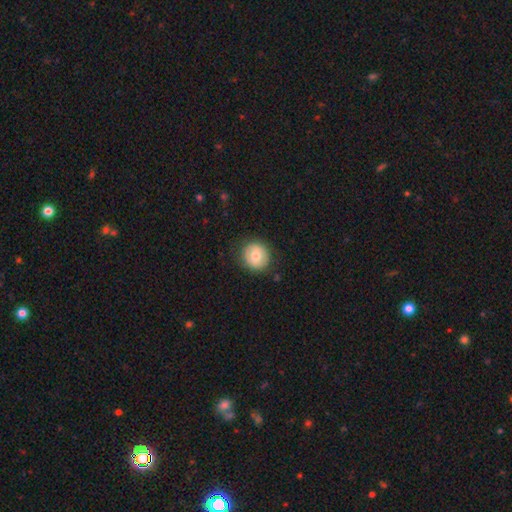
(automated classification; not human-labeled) Smooth or featured? smooth (70%)
How rounded? round (88%)
Merging? none (86%)